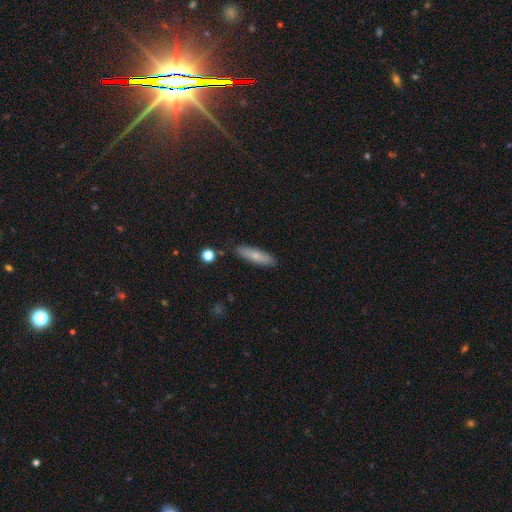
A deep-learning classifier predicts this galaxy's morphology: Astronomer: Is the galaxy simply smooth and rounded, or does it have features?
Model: smooth — 71%.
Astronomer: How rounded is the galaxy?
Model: cigar-shaped — 65%.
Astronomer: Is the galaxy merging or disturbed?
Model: none — 86%.